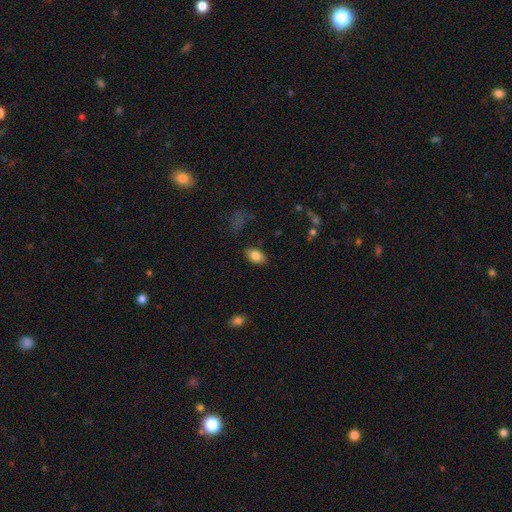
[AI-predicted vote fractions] Smooth or featured?
  - smooth: 83% *
  - featured or disk: 9%
  - star or artifact: 8%
How rounded?
  - in between: 89% *
  - round: 9%
  - cigar-shaped: 2%
Merging?
  - none: 84% *
  - minor disturbance: 11%
  - major disturbance: 3%
  - merger: 1%